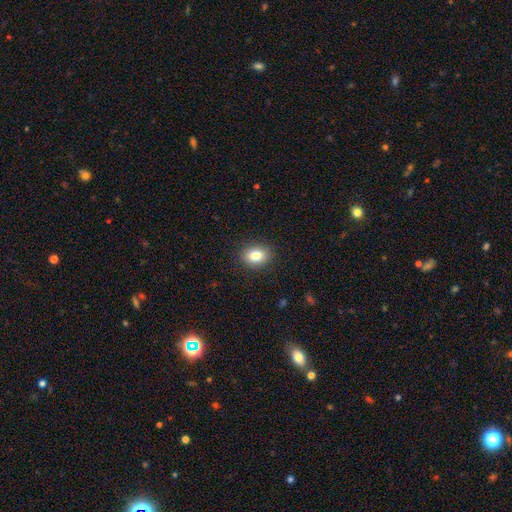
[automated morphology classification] A smooth galaxy with no disk features (82%) that is in between round and cigar-shaped (52%).

Vote fractions:
- Smooth or featured? smooth: 82% / star or artifact: 10% / featured or disk: 8%
- How rounded? in between: 52% / round: 47% / cigar-shaped: 1%
- Merging? none: 89% / minor disturbance: 8% / major disturbance: 2% / merger: 1%